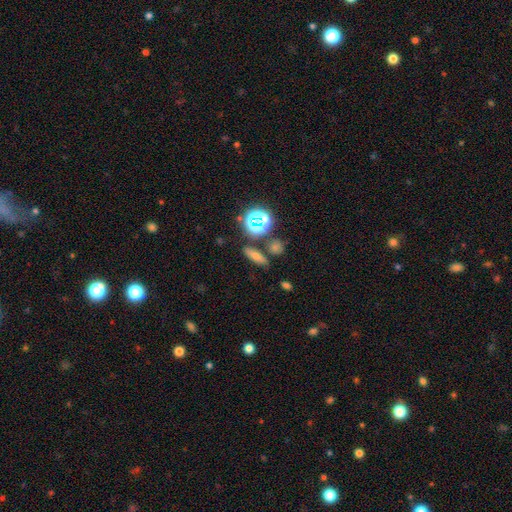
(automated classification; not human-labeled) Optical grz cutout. It shows a smooth galaxy with no disk features (65%) that is in between round and cigar-shaped (43%). Merging: none (79%).